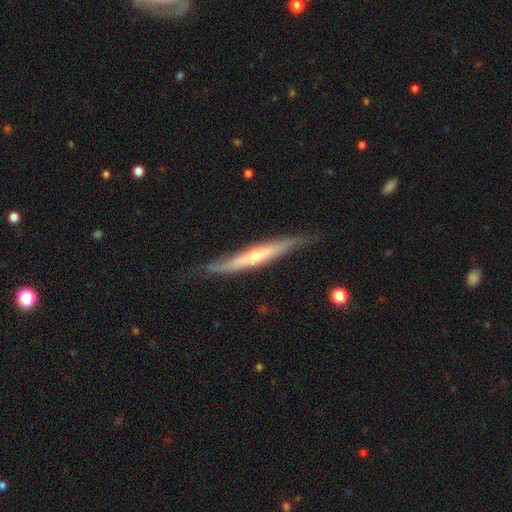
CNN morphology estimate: featured or disk 64%, smooth 30%, star or artifact 5%. Down the decision tree: edge-on disk — yes (88%); edge-on bulge — rounded (71%); merging — none (77%).